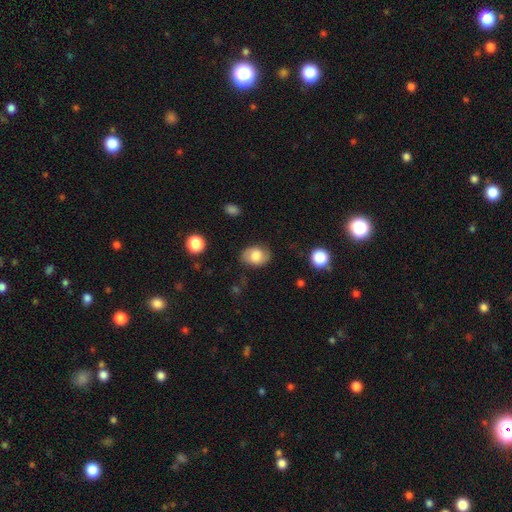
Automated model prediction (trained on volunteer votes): Overall: smooth (72%). How rounded: in between (75%). Merging: none (78%).